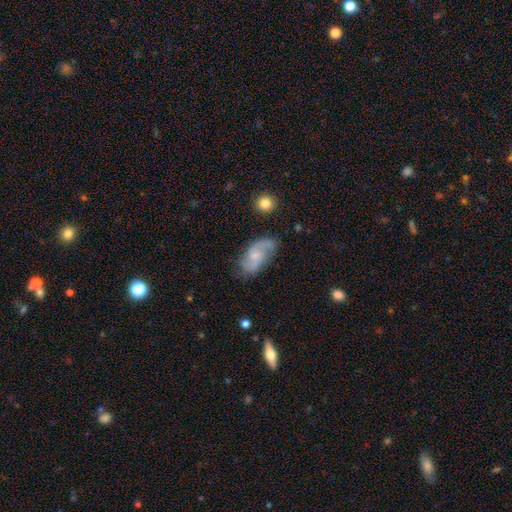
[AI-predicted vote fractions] Q: Smooth or featured?
A: featured or disk (70%); runner-up: smooth (24%)
Q: Edge-on disk?
A: no (96%); runner-up: yes (4%)
Q: Bar?
A: no (58%); runner-up: weak (37%)
Q: Spiral arms?
A: yes (93%); runner-up: no (7%)
Q: Spiral winding?
A: medium (45%); runner-up: loose (38%)
Q: Spiral arm count?
A: 2 (82%); runner-up: can't tell (9%)
Q: Bulge size?
A: small (55%); runner-up: moderate (30%)
Q: Merging?
A: none (68%); runner-up: minor disturbance (22%)